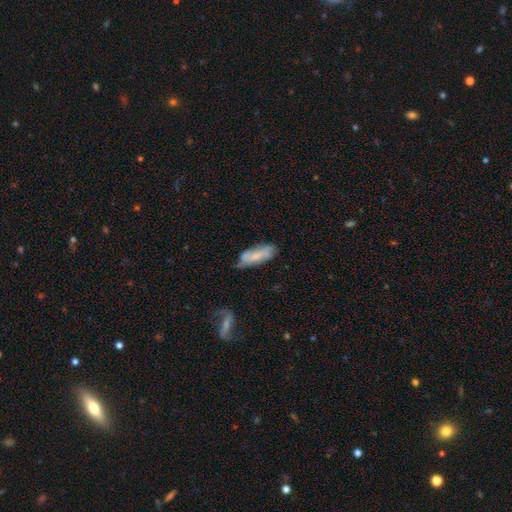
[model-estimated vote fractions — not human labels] A smooth galaxy with no disk features (51%) that is in between round and cigar-shaped (62%).

Vote fractions:
- Smooth or featured? smooth: 51% / featured or disk: 41% / star or artifact: 8%
- How rounded? in between: 62% / cigar-shaped: 36% / round: 2%
- Merging? none: 52% / minor disturbance: 32% / major disturbance: 11% / merger: 5%